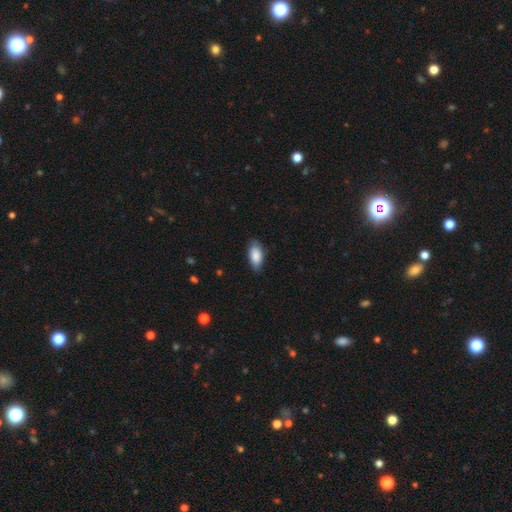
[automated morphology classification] smooth-or-featured: smooth: 86% | featured or disk: 8% | star or artifact: 6%
  how-rounded: in between: 91% | cigar-shaped: 6% | round: 3%
  merging: none: 77% | minor disturbance: 19% | major disturbance: 3% | merger: 1%